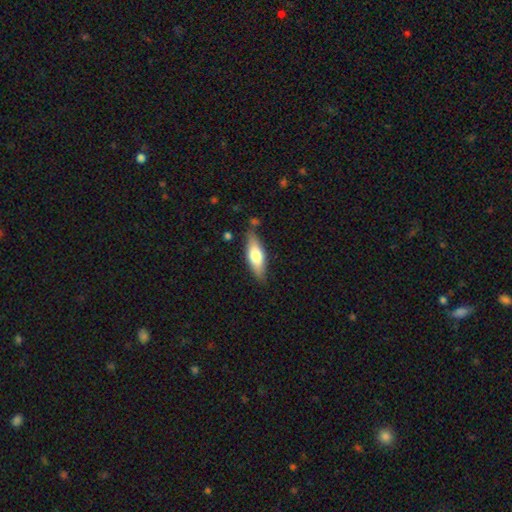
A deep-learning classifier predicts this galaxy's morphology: Smooth or featured? Predicted: smooth (p=0.64). How rounded? Predicted: in between (p=0.56). Merging? Predicted: none (p=0.79).